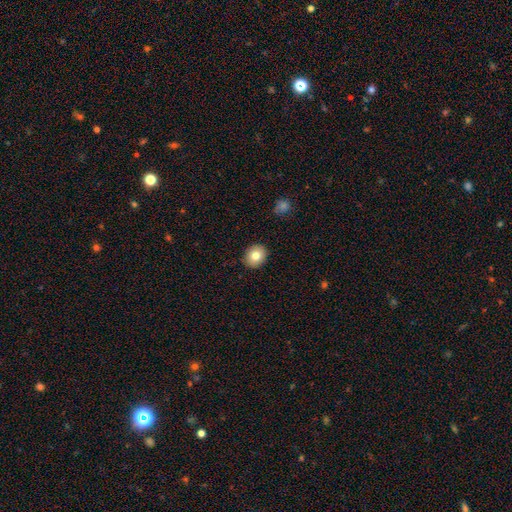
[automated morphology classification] Smooth or featured? smooth (80%)
How rounded? round (76%)
Merging? none (91%)